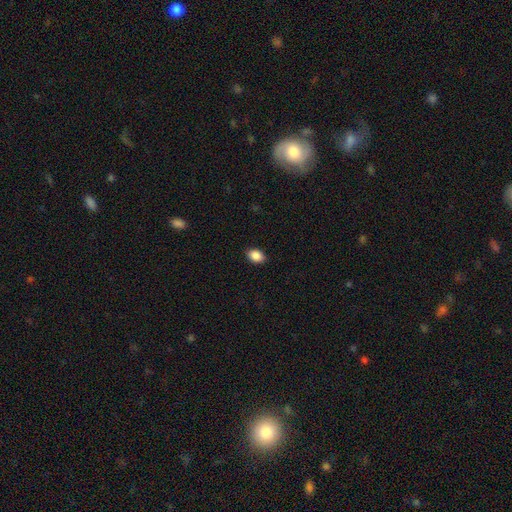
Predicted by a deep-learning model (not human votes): Smooth or featured? smooth (89%)
How rounded? in between (82%)
Merging? none (89%)